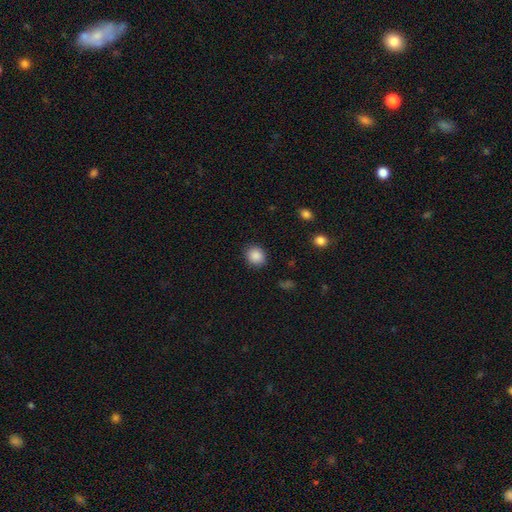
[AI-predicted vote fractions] Smooth or featured? Predicted: smooth (p=0.88). How rounded? Predicted: round (p=0.76). Merging? Predicted: none (p=0.87).